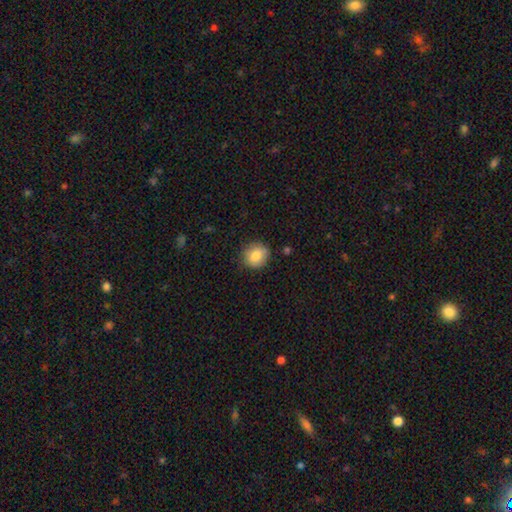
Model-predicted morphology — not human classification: The model was most divided on "how rounded": round: 77%, in between: 22%, cigar-shaped: 1%. More confident: smooth or featured — smooth (83%); merging — none (82%).